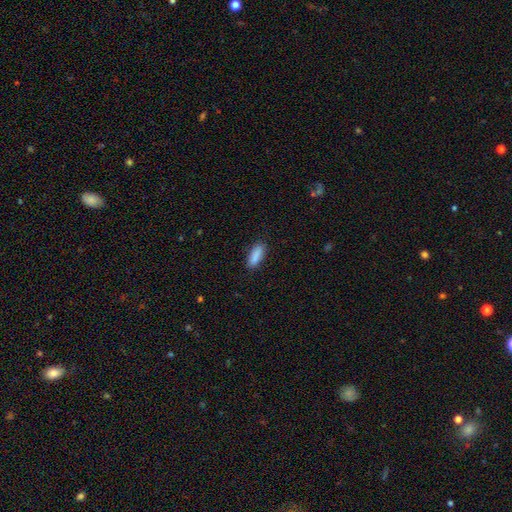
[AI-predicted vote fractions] Smooth or featured: smooth — 89% (star or artifact — 7%)
How rounded: in between — 61% (cigar-shaped — 37%)
Merging: none — 86% (minor disturbance — 11%)